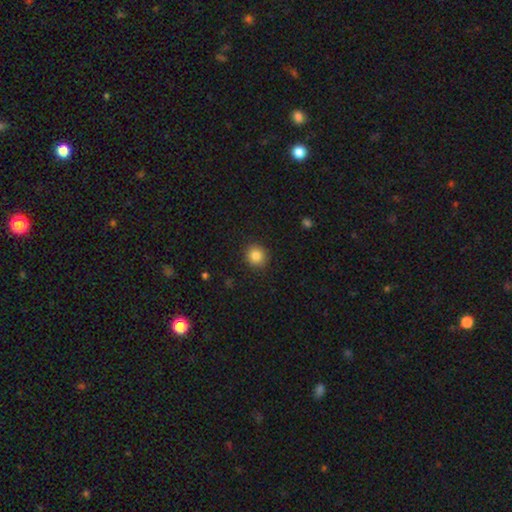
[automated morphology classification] Smooth or featured? smooth (84%)
How rounded? round (88%)
Merging? none (91%)